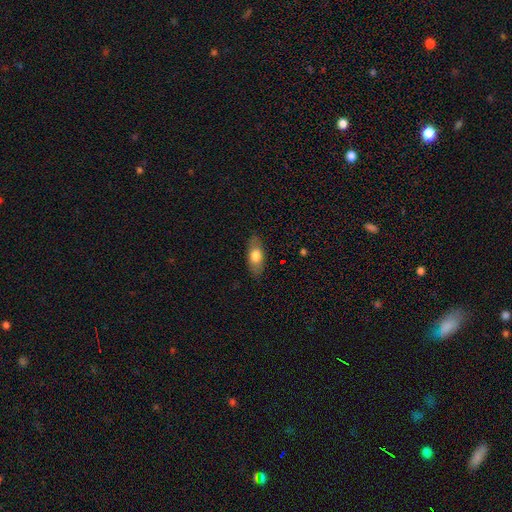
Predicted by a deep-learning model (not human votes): This is likely a smooth galaxy (72%). How rounded: clearly in between (82%). Merging: clearly none (84%).